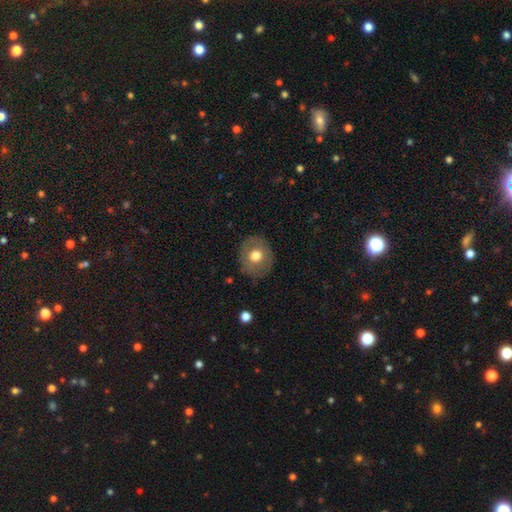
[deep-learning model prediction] This appears to be a smooth galaxy with no disk features (66%) that is round (75%). Merging: none (84%).